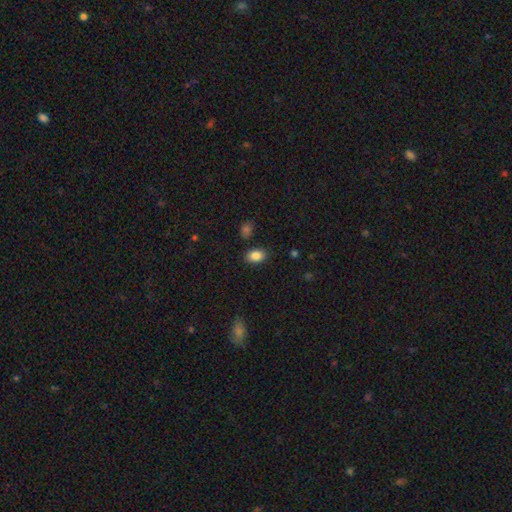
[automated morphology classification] smooth_or_featured: smooth (p=0.86) [alt: star or artifact p=0.09]
how_rounded: in between (p=0.84) [alt: round p=0.14]
merging: none (p=0.84) [alt: minor disturbance p=0.10]